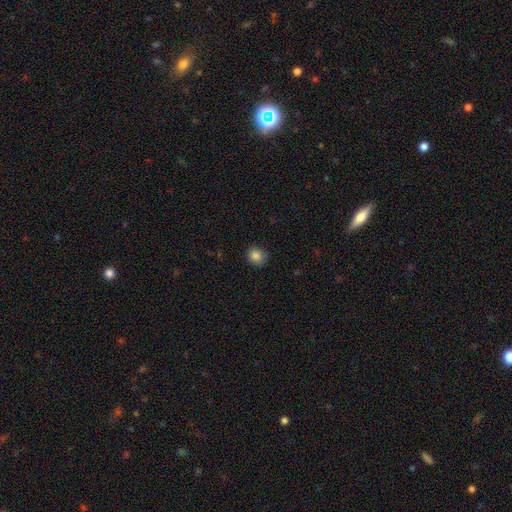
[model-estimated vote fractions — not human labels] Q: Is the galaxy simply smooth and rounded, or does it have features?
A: smooth — 85%.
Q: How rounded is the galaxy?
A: round — 82%.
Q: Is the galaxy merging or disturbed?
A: none — 88%.